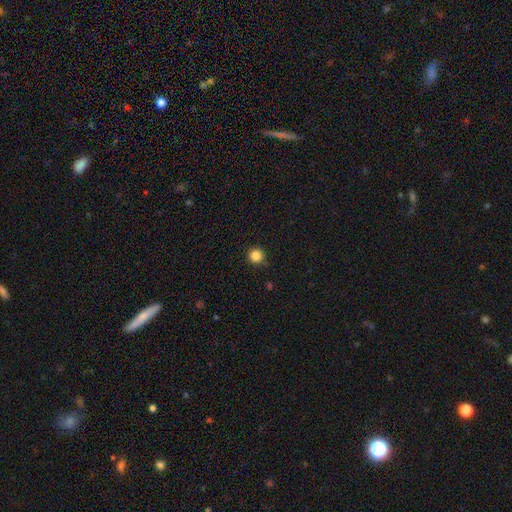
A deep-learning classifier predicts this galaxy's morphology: Smooth or featured? Predicted: smooth (p=0.84). How rounded? Predicted: round (p=0.96). Merging? Predicted: none (p=0.92).